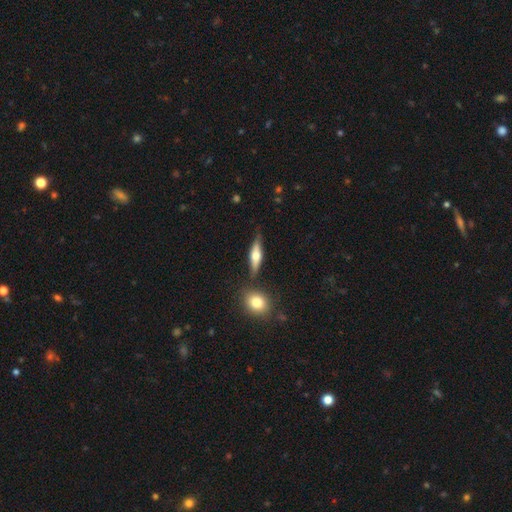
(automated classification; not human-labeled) The model was most divided on "smooth or featured": featured or disk: 58%, smooth: 36%, star or artifact: 6%. More confident: edge-on disk — yes (93%); edge-on bulge — rounded (91%); merging — none (74%).